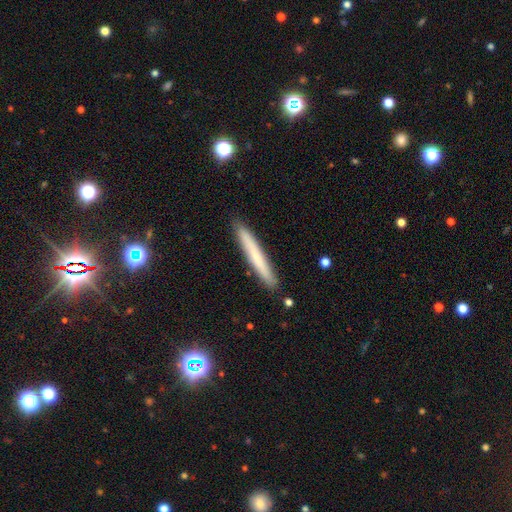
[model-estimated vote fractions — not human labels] A smooth galaxy with no disk features (63%) that is cigar-shaped (96%). Merging: none (90%).